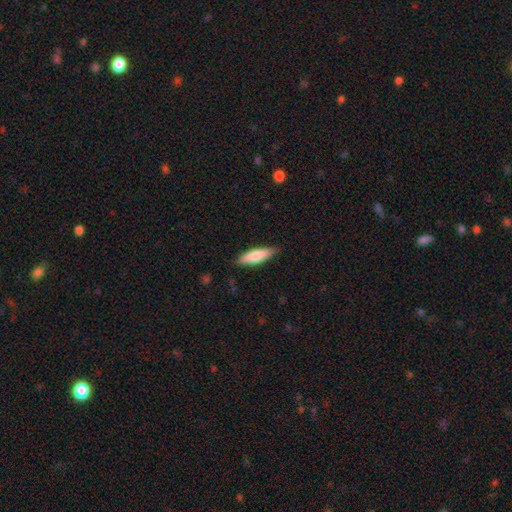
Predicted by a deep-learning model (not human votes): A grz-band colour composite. It shows a smooth galaxy with no disk features (78%) that is cigar-shaped (57%). Merging: none (83%).